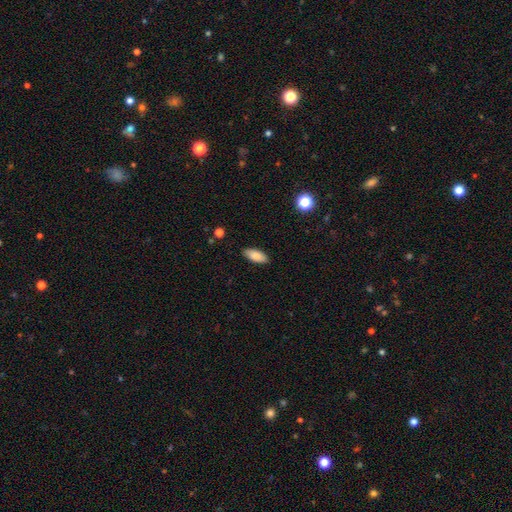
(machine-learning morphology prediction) The model was most divided on "how rounded": in between: 85%, cigar-shaped: 13%, round: 2%. More confident: merging — none (88%); smooth or featured — smooth (87%).